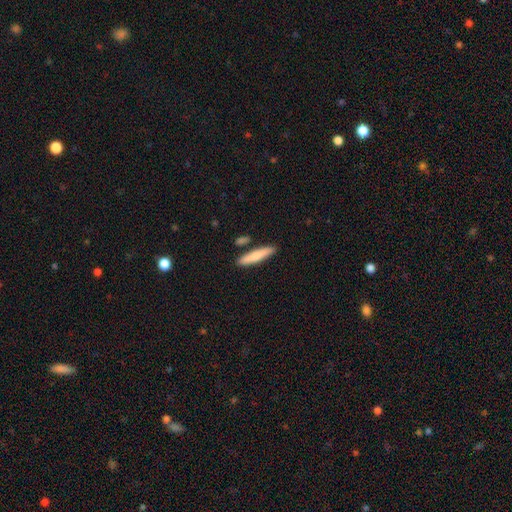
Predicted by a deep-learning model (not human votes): This appears to be a smooth galaxy with no disk features (74%) that is cigar-shaped (87%). Merging: none (83%).